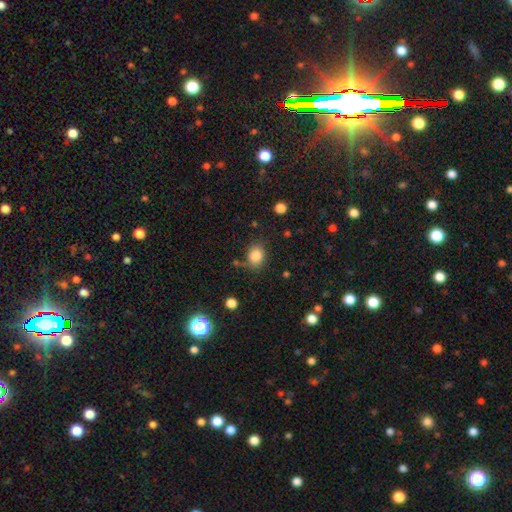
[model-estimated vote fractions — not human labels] Morphology: type=smooth (84%); roundness=in between (51%); merging=none (72%).